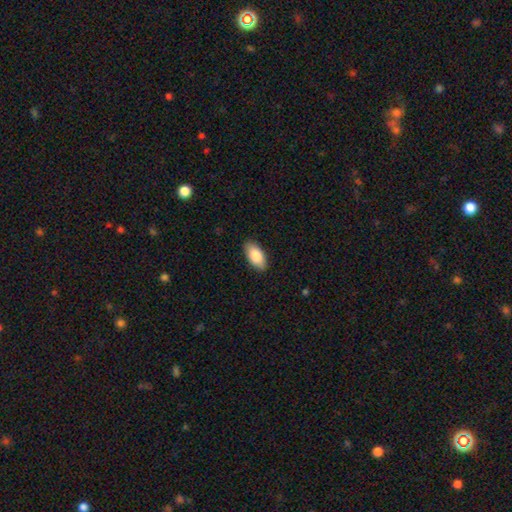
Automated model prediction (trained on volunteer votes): Smooth or featured? smooth (85%)
How rounded? in between (94%)
Merging? none (87%)